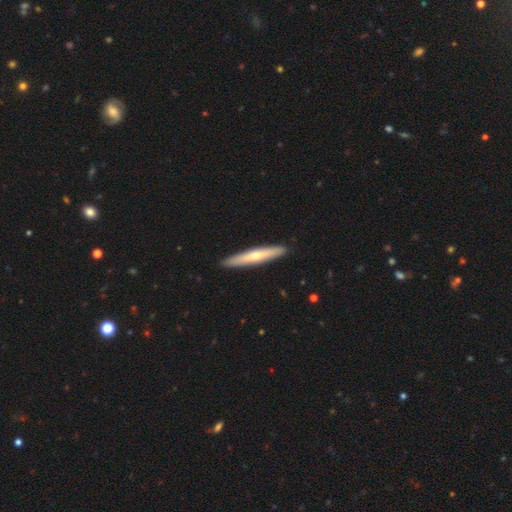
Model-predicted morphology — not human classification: Q: Smooth or featured?
A: smooth (56%); runner-up: featured or disk (40%)
Q: How rounded?
A: cigar-shaped (93%); runner-up: in between (5%)
Q: Merging?
A: none (92%); runner-up: minor disturbance (6%)